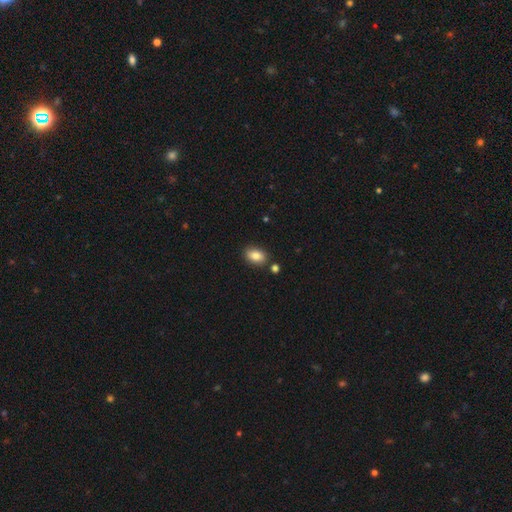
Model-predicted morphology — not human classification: Smooth or featured: smooth — 85% (star or artifact — 8%)
How rounded: in between — 87% (round — 11%)
Merging: none — 81% (minor disturbance — 11%)